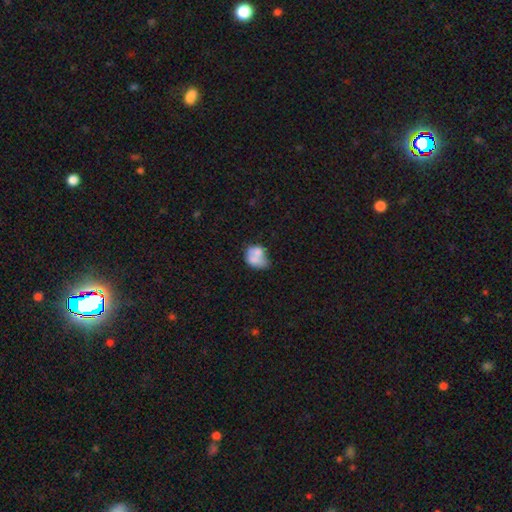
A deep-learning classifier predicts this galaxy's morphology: Smooth or featured?
  - smooth: 64% *
  - featured or disk: 27%
  - star or artifact: 9%
How rounded?
  - in between: 62% *
  - round: 37%
  - cigar-shaped: 1%
Merging?
  - merger: 47% *
  - none: 23%
  - minor disturbance: 18%
  - major disturbance: 12%